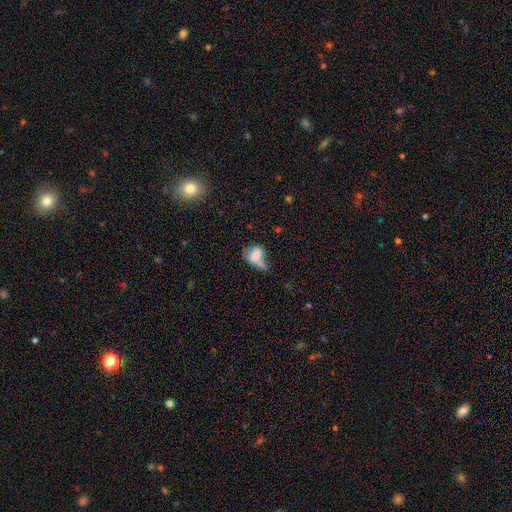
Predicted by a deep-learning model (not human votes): Smooth or featured? Predicted: smooth (p=0.61). How rounded? Predicted: in between (p=0.68). Merging? Predicted: major disturbance (p=0.30).